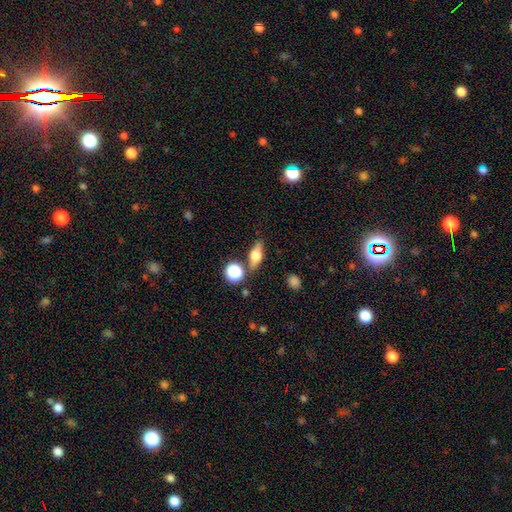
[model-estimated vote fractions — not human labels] Smooth or featured? Predicted: smooth (p=0.53). How rounded? Predicted: in between (p=0.56). Merging? Predicted: none (p=0.78).